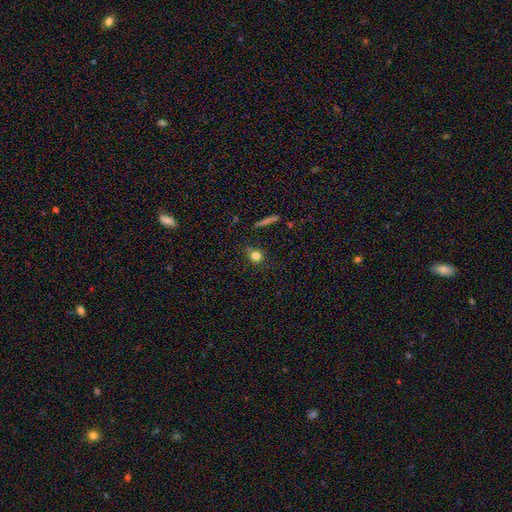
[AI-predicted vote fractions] A smooth galaxy with no disk features (78%) that is round (85%).

Vote fractions:
- Smooth or featured? smooth: 78% / star or artifact: 14% / featured or disk: 8%
- How rounded? round: 85% / in between: 12% / cigar-shaped: 2%
- Merging? none: 81% / minor disturbance: 11% / merger: 4% / major disturbance: 3%